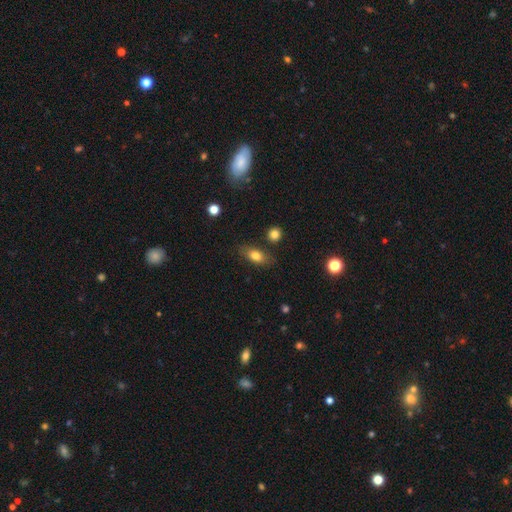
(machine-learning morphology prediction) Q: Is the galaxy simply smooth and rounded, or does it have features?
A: smooth — 78%.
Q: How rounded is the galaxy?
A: in between — 82%.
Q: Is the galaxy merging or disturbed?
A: none — 79%.